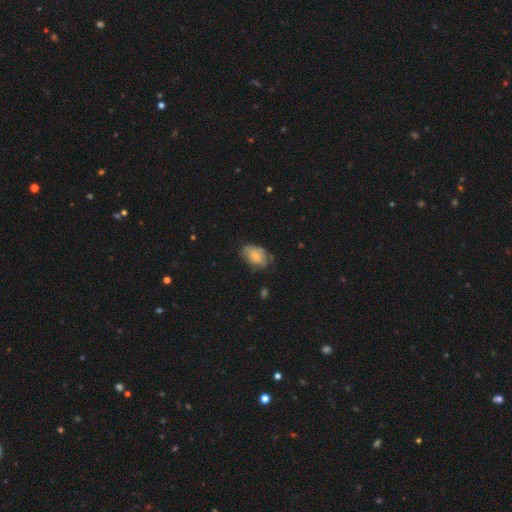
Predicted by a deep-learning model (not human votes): Overall: smooth (65%; featured or disk 28%). How rounded: in between (87%). Merging: none (61%; minor disturbance 29%).